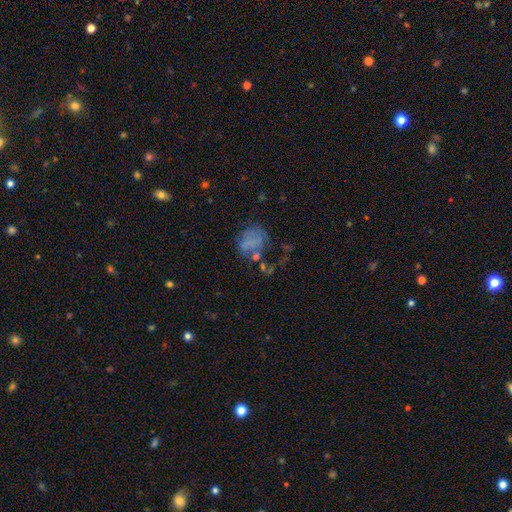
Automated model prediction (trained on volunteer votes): Q: Smooth or featured?
A: smooth (42%); runner-up: featured or disk (34%)
Q: Merging?
A: none (37%); runner-up: major disturbance (33%)